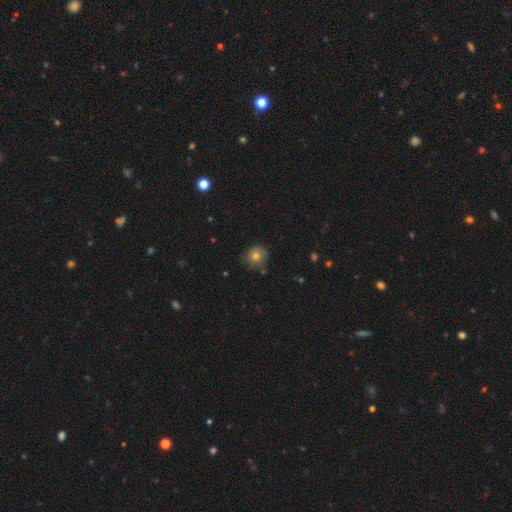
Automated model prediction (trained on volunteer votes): Smooth or featured? Predicted: smooth (p=0.76). How rounded? Predicted: round (p=0.88). Merging? Predicted: none (p=0.74).